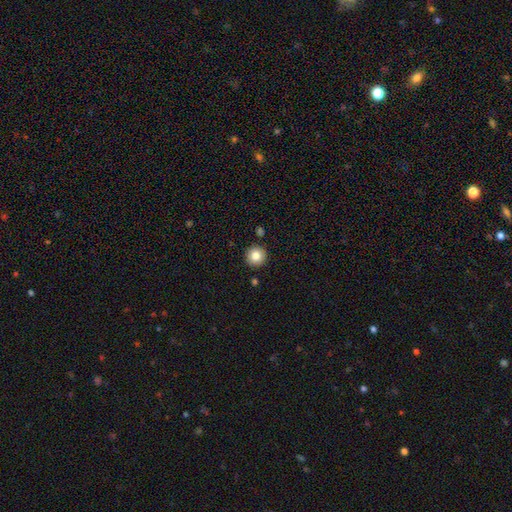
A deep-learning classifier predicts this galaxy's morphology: Smooth or featured: smooth — 82% (star or artifact — 10%)
How rounded: round — 95% (in between — 4%)
Merging: none — 90% (minor disturbance — 6%)